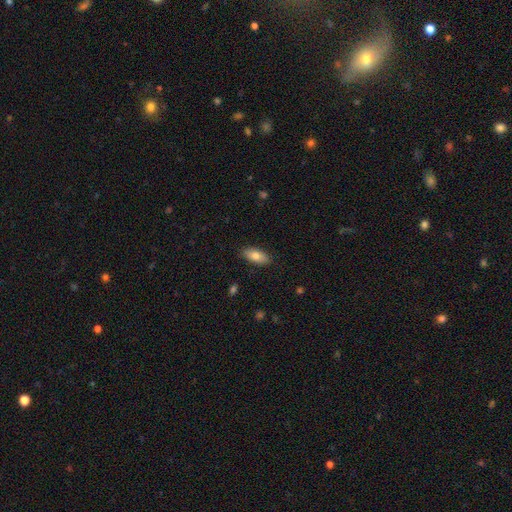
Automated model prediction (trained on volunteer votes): A smooth galaxy with no disk features (80%) that is in between round and cigar-shaped (85%).

Vote fractions:
- Smooth or featured? smooth: 80% / featured or disk: 13% / star or artifact: 7%
- How rounded? in between: 85% / cigar-shaped: 12% / round: 2%
- Merging? none: 88% / minor disturbance: 9% / major disturbance: 2% / merger: 1%